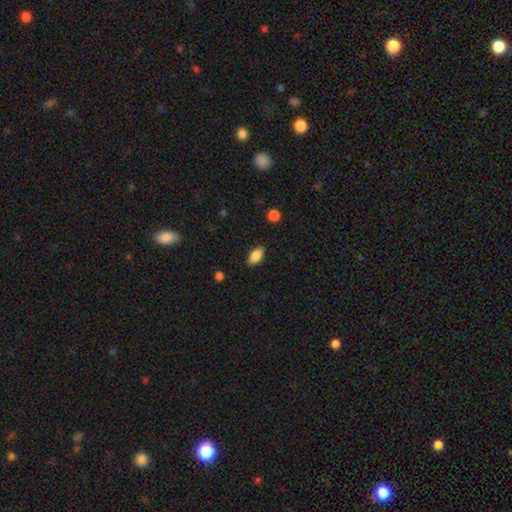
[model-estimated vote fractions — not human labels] smooth-or-featured: smooth: 86% | star or artifact: 7% | featured or disk: 6%
  how-rounded: in between: 91% | round: 5% | cigar-shaped: 5%
  merging: none: 86% | minor disturbance: 10% | major disturbance: 3% | merger: 1%